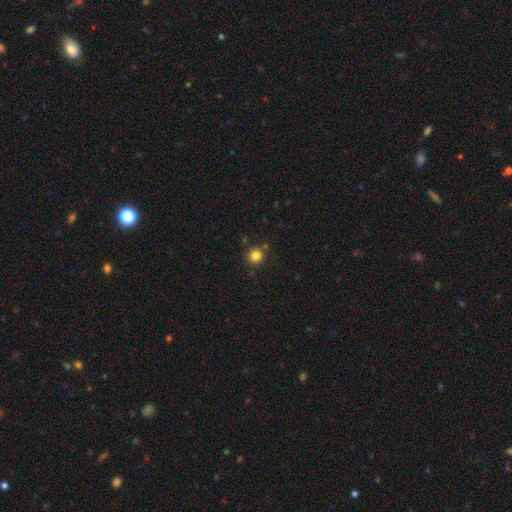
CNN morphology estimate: Smooth or featured? smooth (82%)
How rounded? round (93%)
Merging? none (86%)